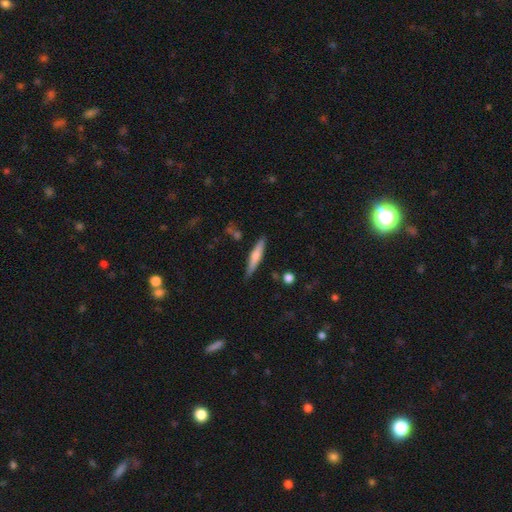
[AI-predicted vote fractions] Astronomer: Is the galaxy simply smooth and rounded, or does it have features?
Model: smooth — 56% (runner-up: featured or disk, 38%).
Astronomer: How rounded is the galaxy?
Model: cigar-shaped — 89%.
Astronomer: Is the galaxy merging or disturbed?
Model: none — 82%.